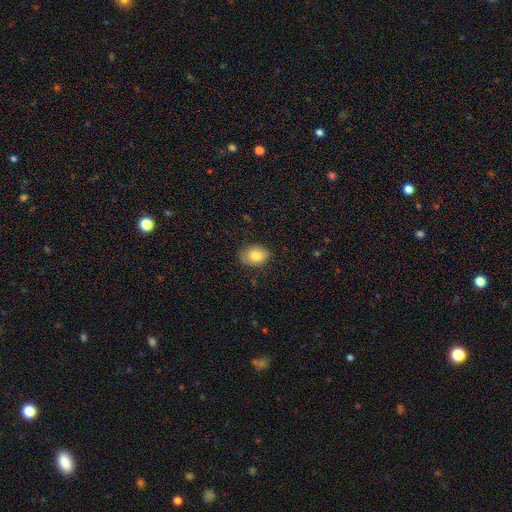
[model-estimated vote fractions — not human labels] A smooth galaxy with no disk features (81%) that is in between round and cigar-shaped (68%). Merging: none (78%).